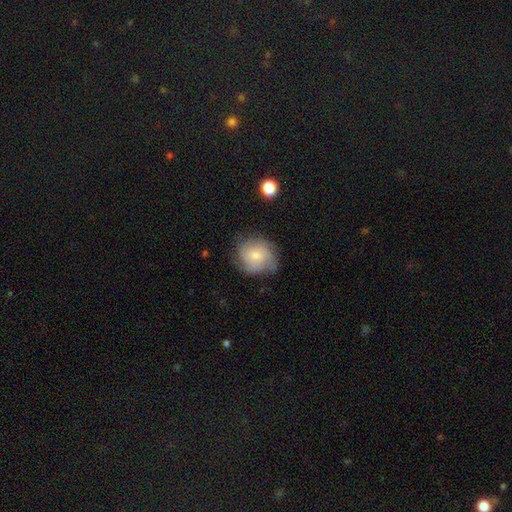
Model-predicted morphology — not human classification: A smooth galaxy with no disk features (53%) that is round (76%).

Vote fractions:
- Smooth or featured? smooth: 53% / featured or disk: 39% / star or artifact: 8%
- How rounded? round: 76% / in between: 23% / cigar-shaped: 1%
- Merging? none: 62% / minor disturbance: 28% / major disturbance: 9% / merger: 2%